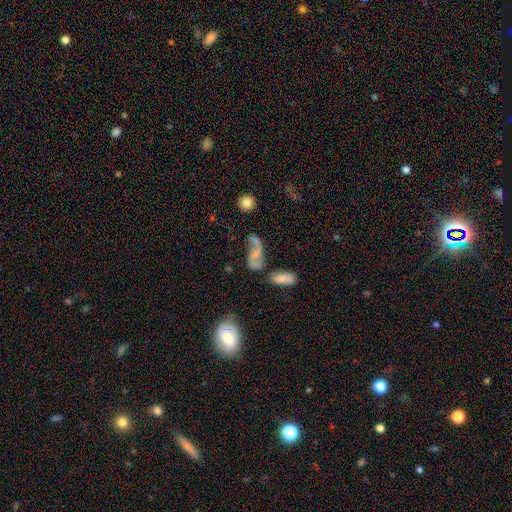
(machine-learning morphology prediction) Smooth or featured?
  - featured or disk: 64% *
  - smooth: 26%
  - star or artifact: 10%
Edge-on disk?
  - no: 95% *
  - yes: 5%
Bar?
  - no: 57% *
  - weak: 33%
  - strong: 10%
Spiral arms?
  - yes: 84% *
  - no: 16%
Spiral winding?
  - loose: 81% *
  - medium: 14%
  - tight: 5%
Spiral arm count?
  - 2: 75% *
  - 1: 17%
  - can't tell: 5%
  - 3: 1%
  - 4: 1%
  - more than 4: 1%
Bulge size?
  - none: 38% * (tied)
  - small: 38% * (tied)
  - moderate: 19%
  - large: 3%
  - dominant: 2%
Merging?
  - none: 34% *
  - major disturbance: 25%
  - merger: 22%
  - minor disturbance: 20%